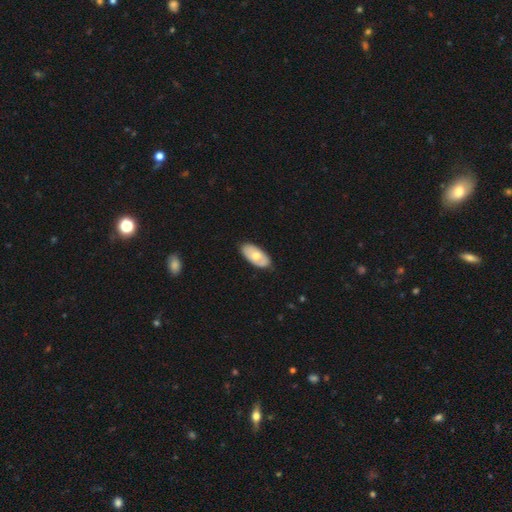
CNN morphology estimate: This is possibly a smooth galaxy (60%). How rounded: clearly in between (94%). Merging: clearly none (84%).